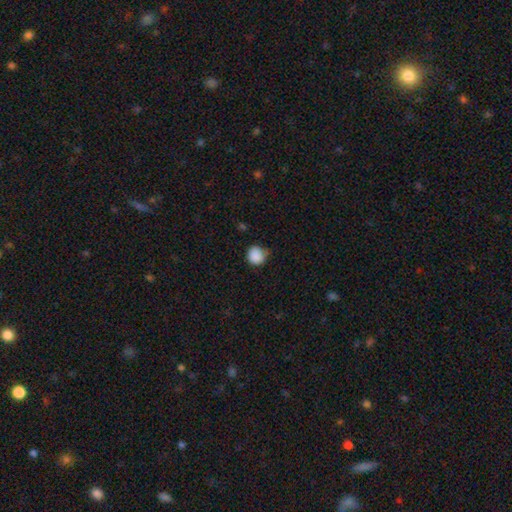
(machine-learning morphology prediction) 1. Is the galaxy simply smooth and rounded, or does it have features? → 88% smooth, 9% star or artifact, 3% featured or disk.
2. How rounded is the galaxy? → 91% round, 9% in between, 1% cigar-shaped.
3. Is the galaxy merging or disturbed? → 71% none, 23% minor disturbance, 4% major disturbance, 2% merger.